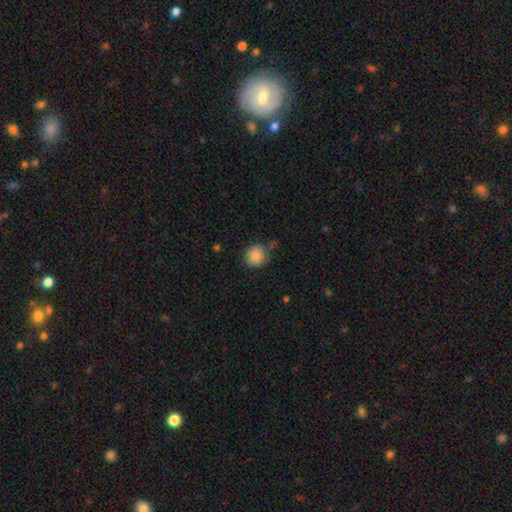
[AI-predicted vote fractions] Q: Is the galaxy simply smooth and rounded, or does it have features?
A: smooth — 87%.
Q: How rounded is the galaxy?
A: round — 89%.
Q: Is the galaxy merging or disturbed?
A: none — 77%.